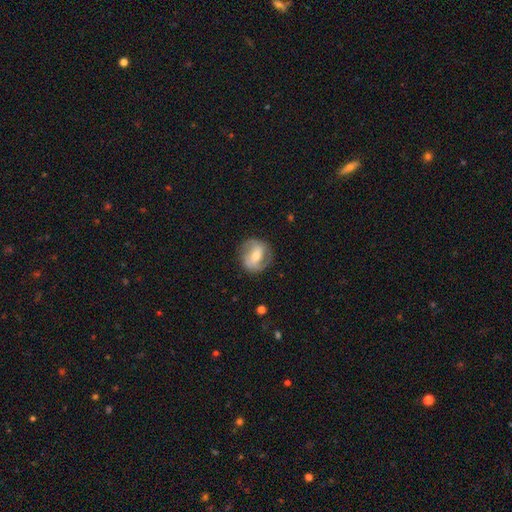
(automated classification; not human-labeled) Smooth or featured? Predicted: featured or disk (p=0.67). Edge-on disk? Predicted: no (p=0.96). Bar? Predicted: strong (p=0.44). Spiral arms? Predicted: yes (p=0.76). Bulge size? Predicted: moderate (p=0.59). Merging? Predicted: none (p=0.81).